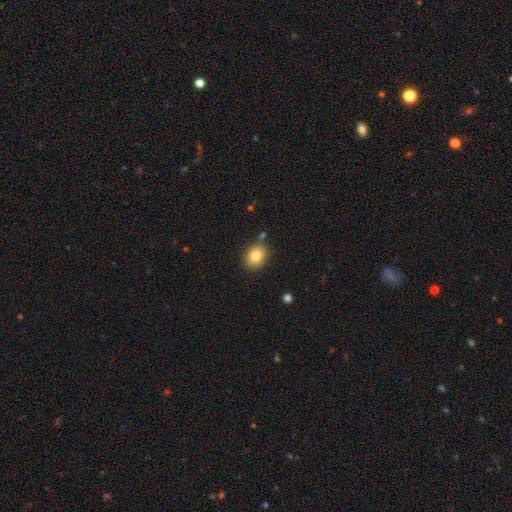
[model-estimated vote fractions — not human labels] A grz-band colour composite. It shows a smooth galaxy with no disk features (82%) that is in between round and cigar-shaped (51%). Merging: none (82%).